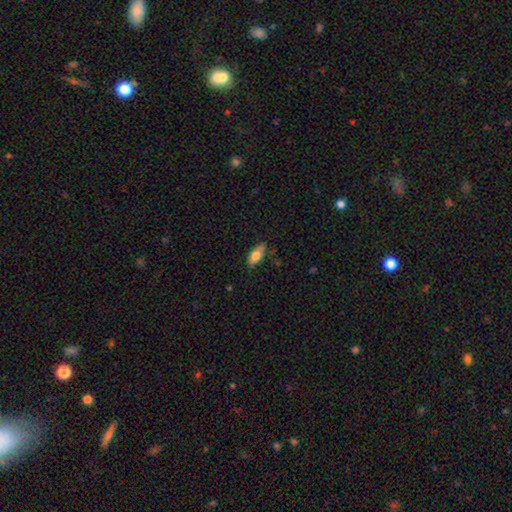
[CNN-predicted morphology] Smooth or featured? smooth (75%)
How rounded? in between (80%)
Merging? none (72%)